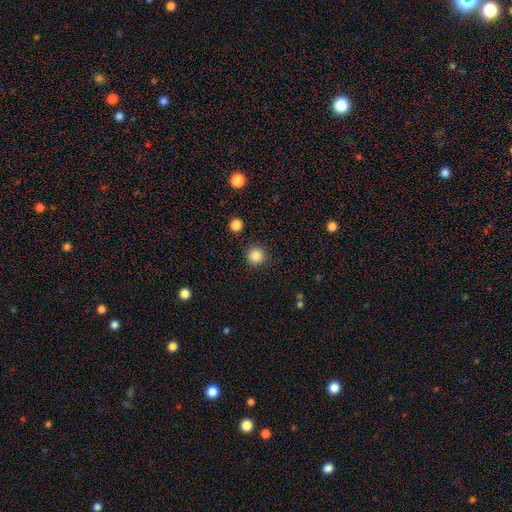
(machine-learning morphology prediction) A smooth galaxy with no disk features (86%) that is round (95%).

Vote fractions:
- Smooth or featured? smooth: 86% / star or artifact: 11% / featured or disk: 3%
- How rounded? round: 95% / in between: 4% / cigar-shaped: 1%
- Merging? none: 91% / minor disturbance: 6% / major disturbance: 2% / merger: 2%